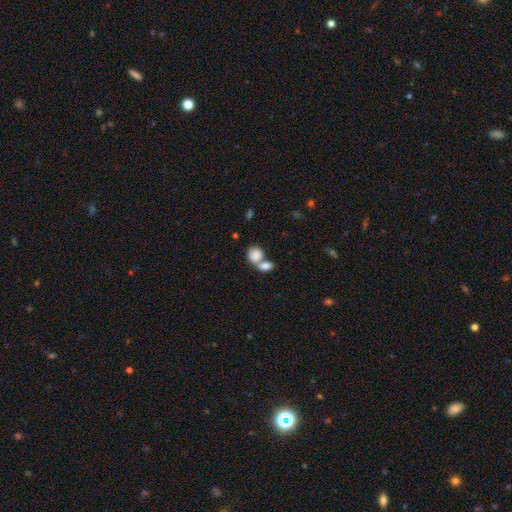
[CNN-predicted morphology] The model was most divided on "how rounded": in between: 55%, round: 44%, cigar-shaped: 2%. More confident: smooth or featured — smooth (83%); merging — merger (63%).